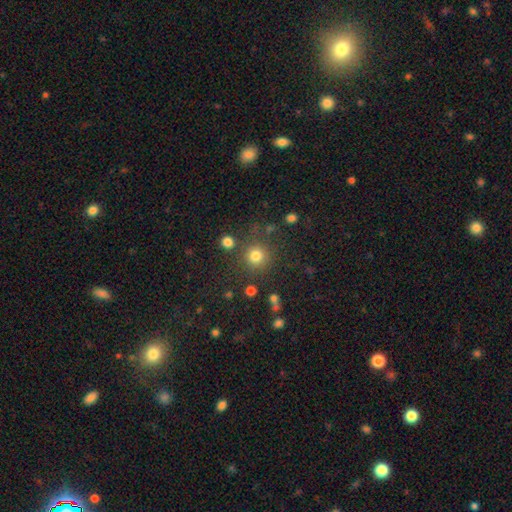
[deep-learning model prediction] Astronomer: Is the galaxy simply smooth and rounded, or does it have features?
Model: smooth — 78%.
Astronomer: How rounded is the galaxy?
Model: round — 94%.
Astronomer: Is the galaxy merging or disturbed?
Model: none — 81%.